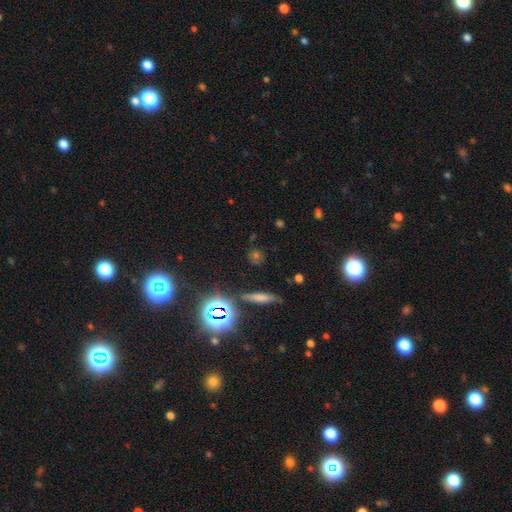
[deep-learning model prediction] Overall: star or artifact (49%; smooth 36%).